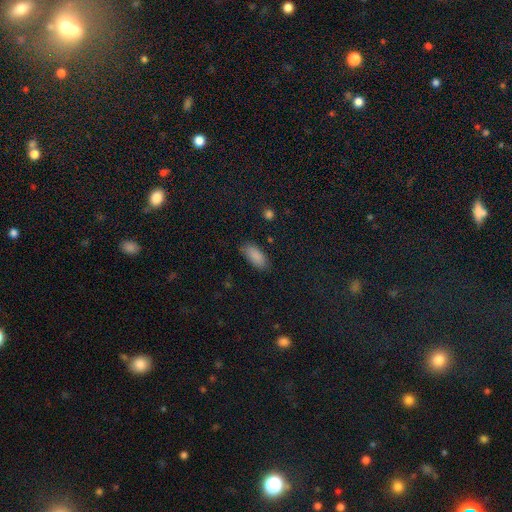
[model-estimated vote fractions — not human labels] smooth-or-featured: smooth: 88% | star or artifact: 7% | featured or disk: 5%
  how-rounded: in between: 87% | cigar-shaped: 11% | round: 2%
  merging: none: 83% | minor disturbance: 12% | major disturbance: 3% | merger: 1%